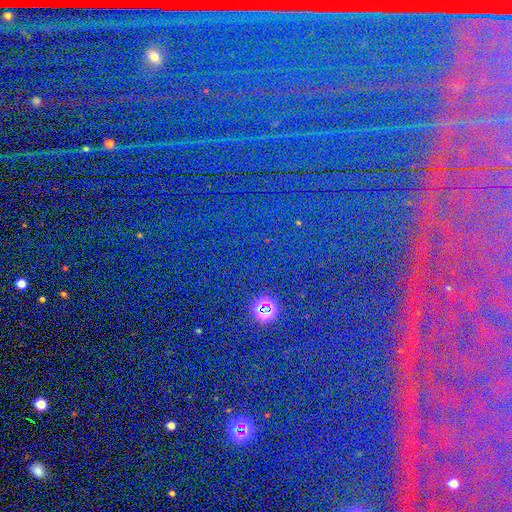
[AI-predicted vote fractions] Smooth or featured? star or artifact (80%)